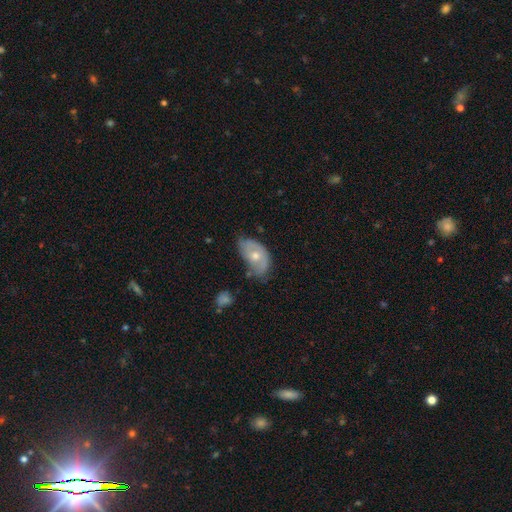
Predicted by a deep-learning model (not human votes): The model was most divided on "merging" (2-way tie): none: 41%, minor disturbance: 41%, major disturbance: 14%, merger: 4%. Remaining: smooth or featured — smooth (49%).